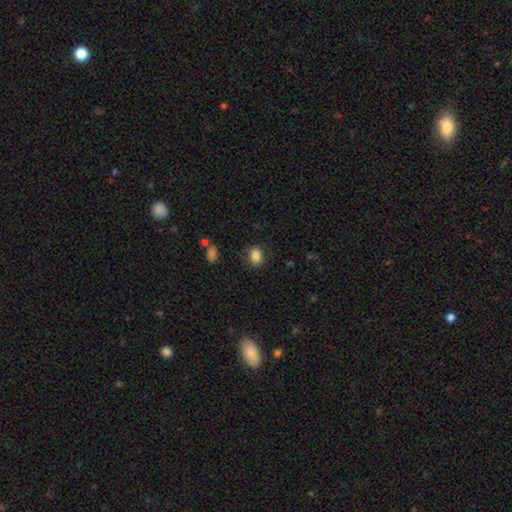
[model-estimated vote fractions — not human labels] Overall: smooth (85%). How rounded: in between (72%). Merging: none (81%).